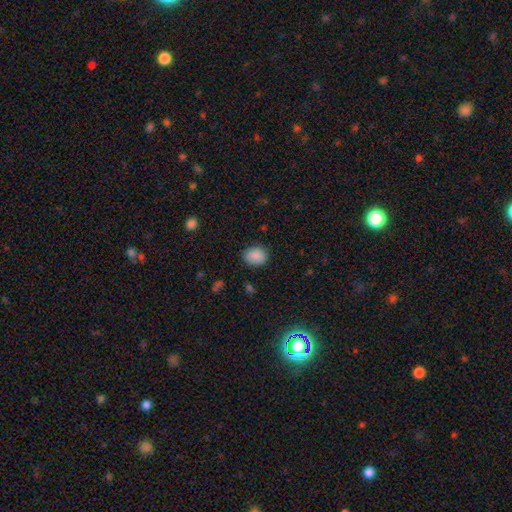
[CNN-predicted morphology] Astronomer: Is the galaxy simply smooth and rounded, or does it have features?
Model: smooth — 87%.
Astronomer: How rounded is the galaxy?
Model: round — 58% (runner-up: in between, 41%).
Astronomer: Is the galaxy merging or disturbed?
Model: none — 82%.